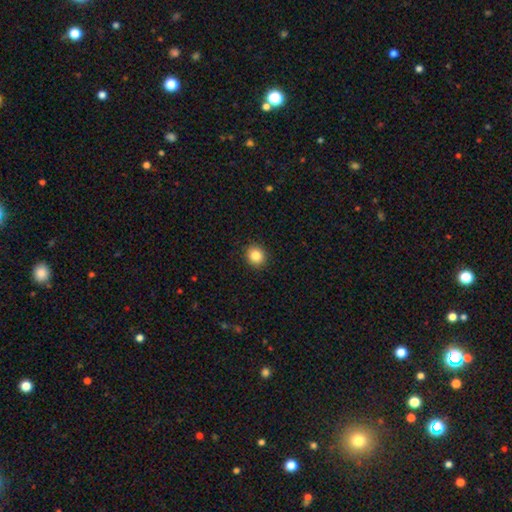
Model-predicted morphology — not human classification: Smooth or featured: smooth — 85% (star or artifact — 10%)
How rounded: round — 82% (in between — 17%)
Merging: none — 91% (minor disturbance — 6%)